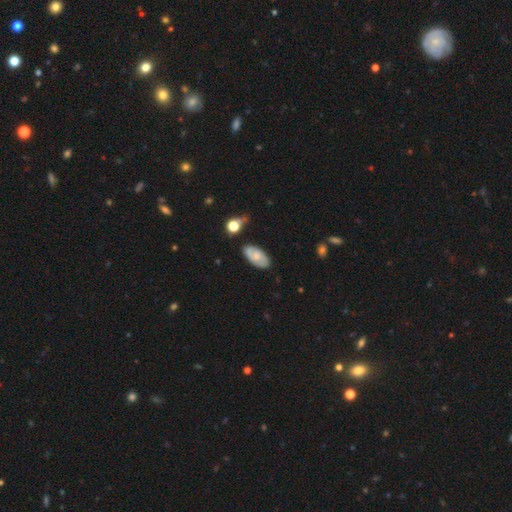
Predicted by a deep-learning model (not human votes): A smooth galaxy with no disk features (51%) that is in between round and cigar-shaped (92%). Merging: none (73%).